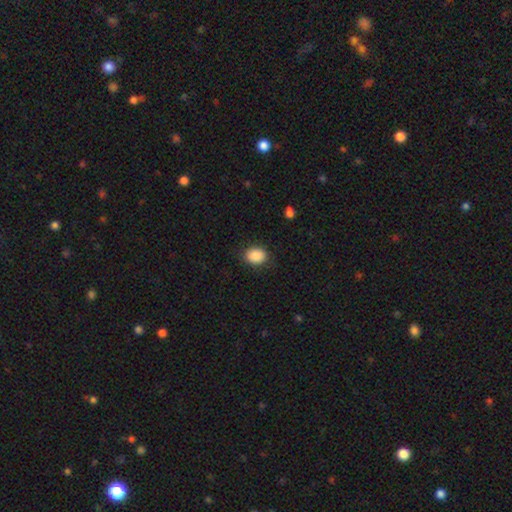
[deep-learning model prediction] This appears to be a smooth galaxy with no disk features (88%) that is in between round and cigar-shaped (54%). Merging: none (85%).